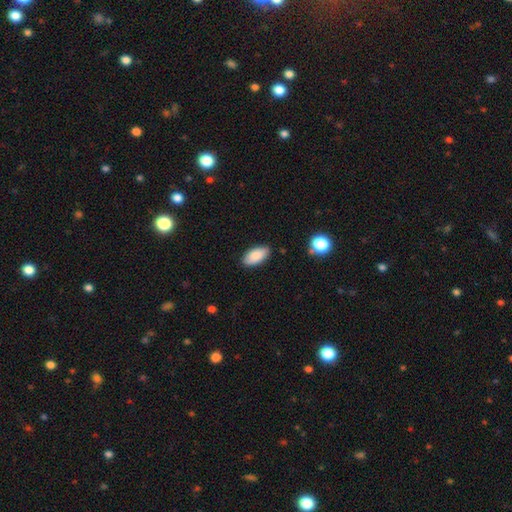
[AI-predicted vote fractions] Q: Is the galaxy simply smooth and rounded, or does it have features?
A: smooth — 87%.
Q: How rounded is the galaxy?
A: in between — 93%.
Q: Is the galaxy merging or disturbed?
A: none — 86%.